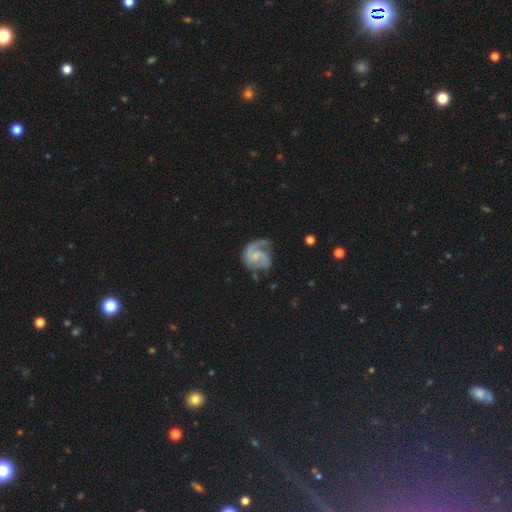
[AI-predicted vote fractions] Q: Smooth or featured?
A: featured or disk (87%); runner-up: smooth (9%)
Q: Edge-on disk?
A: no (98%); runner-up: yes (2%)
Q: Bar?
A: no (49%); runner-up: weak (43%)
Q: Spiral arms?
A: yes (97%); runner-up: no (3%)
Q: Spiral winding?
A: medium (52%); runner-up: tight (28%)
Q: Spiral arm count?
A: 2 (73%); runner-up: 1 (15%)
Q: Bulge size?
A: small (59%); runner-up: moderate (22%)
Q: Merging?
A: none (55%); runner-up: minor disturbance (24%)